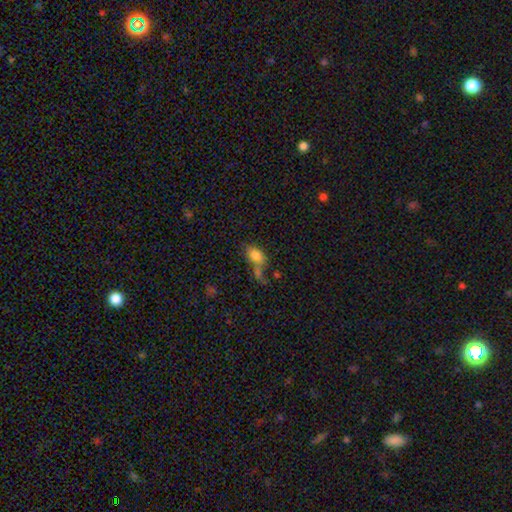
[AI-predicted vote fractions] Smooth or featured? smooth (80%)
How rounded? in between (82%)
Merging? merger (39%)